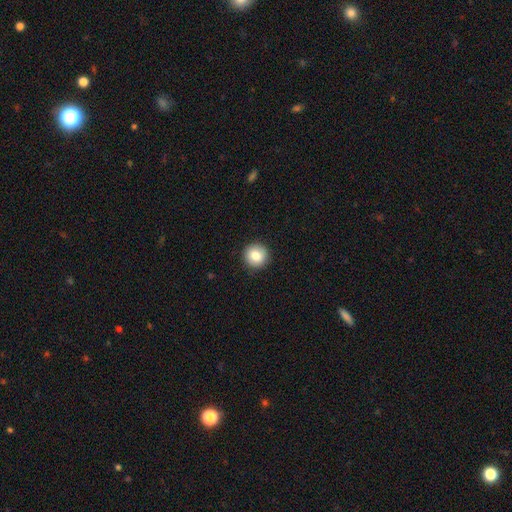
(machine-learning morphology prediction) smooth-or-featured: smooth: 83% | star or artifact: 9% | featured or disk: 8%
  how-rounded: round: 94% | in between: 5% | cigar-shaped: 1%
  merging: none: 92% | minor disturbance: 6% | major disturbance: 2% | merger: 1%